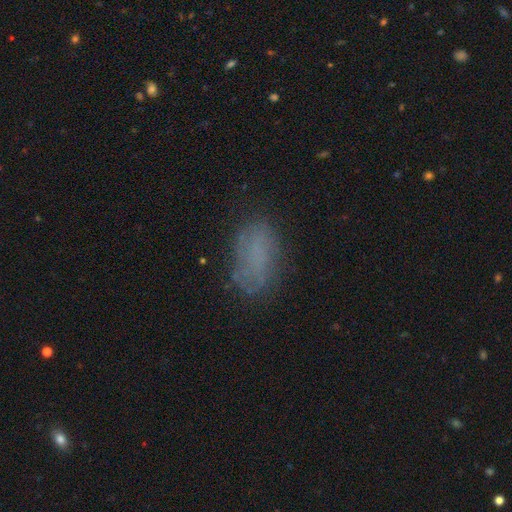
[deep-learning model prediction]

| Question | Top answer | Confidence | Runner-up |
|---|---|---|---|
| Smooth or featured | smooth | 63% | featured or disk (23%) |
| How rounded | in between | 91% | round (6%) |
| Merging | none | 68% | minor disturbance (21%) |